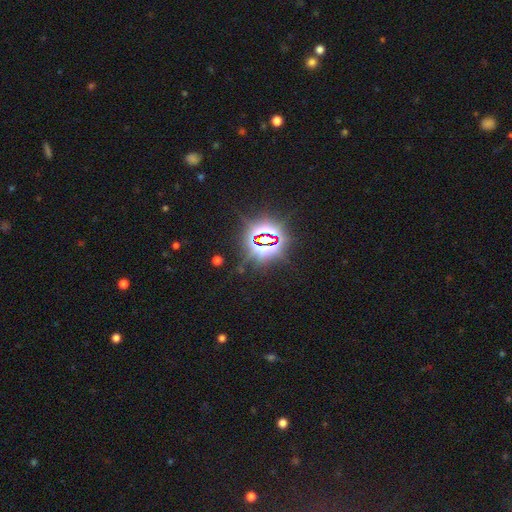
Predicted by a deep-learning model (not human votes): star or artifact 85%, smooth 9%, featured or disk 6%.